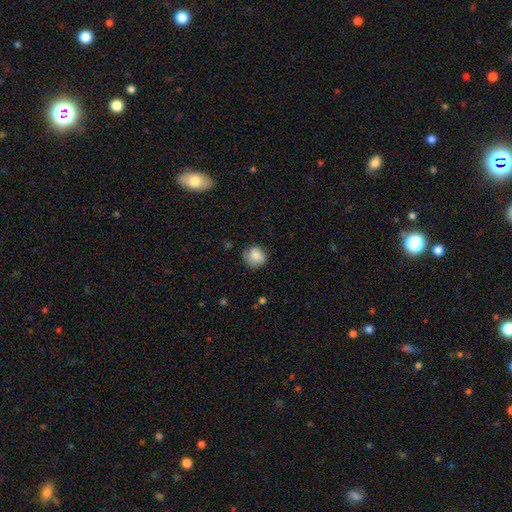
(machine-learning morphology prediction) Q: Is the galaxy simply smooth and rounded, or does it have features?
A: smooth — 82%.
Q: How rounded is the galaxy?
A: round — 85%.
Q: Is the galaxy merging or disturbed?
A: none — 72%.